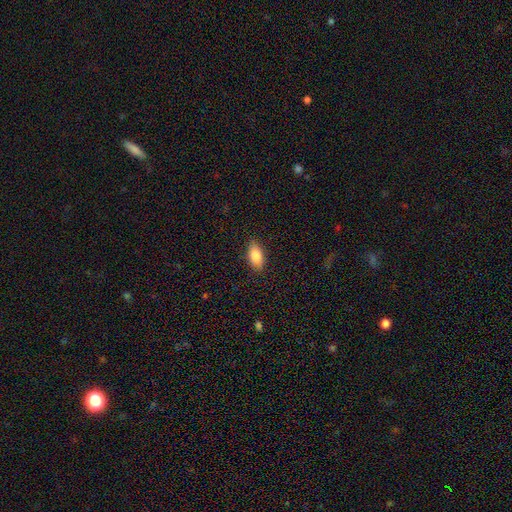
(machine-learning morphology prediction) type=smooth (84%); roundness=in between (89%); merging=none (87%).